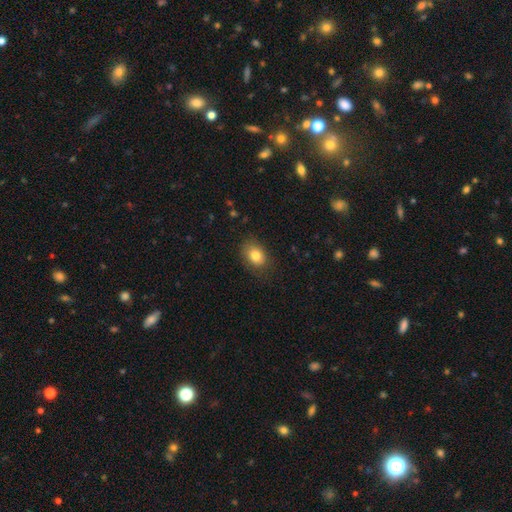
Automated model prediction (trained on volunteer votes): smooth 81%, featured or disk 10%, star or artifact 9%. Down the decision tree: how rounded — in between (72%); merging — none (78%).